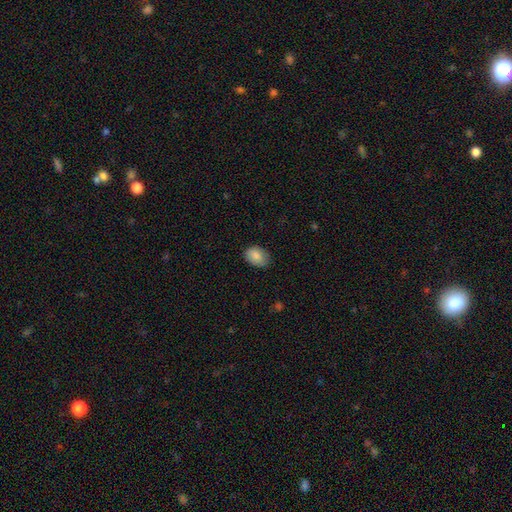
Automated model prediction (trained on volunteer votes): Smooth or featured?
  - smooth: 87% *
  - star or artifact: 7%
  - featured or disk: 5%
How rounded?
  - in between: 76% *
  - round: 23%
  - cigar-shaped: 1%
Merging?
  - none: 76% *
  - minor disturbance: 19%
  - major disturbance: 3%
  - merger: 1%